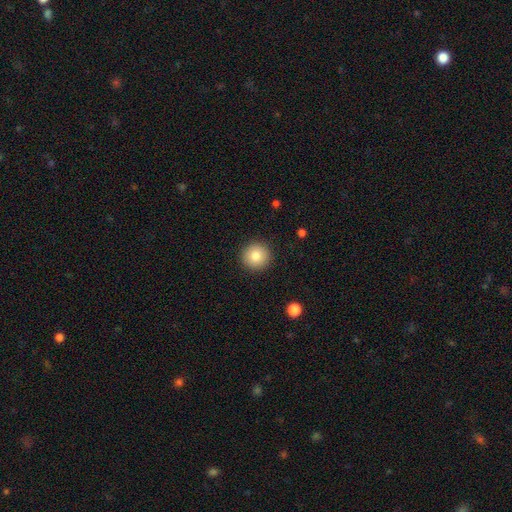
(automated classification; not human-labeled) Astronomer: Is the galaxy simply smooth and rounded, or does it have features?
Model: smooth — 84%.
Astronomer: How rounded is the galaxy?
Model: round — 95%.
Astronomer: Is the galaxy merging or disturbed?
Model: none — 92%.